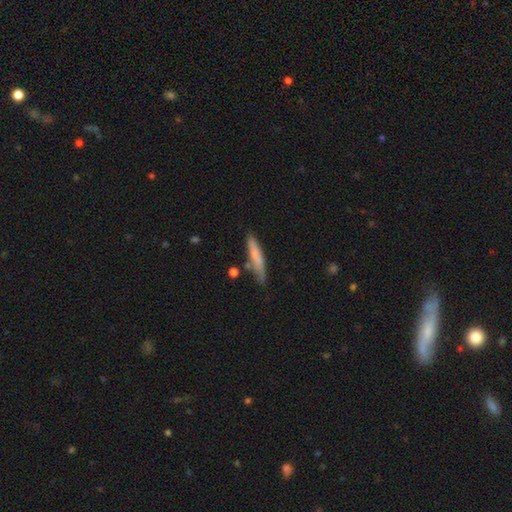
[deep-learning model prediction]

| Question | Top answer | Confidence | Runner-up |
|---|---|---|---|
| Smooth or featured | smooth | 71% | featured or disk (23%) |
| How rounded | cigar-shaped | 89% | in between (10%) |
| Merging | none | 72% | minor disturbance (18%) |